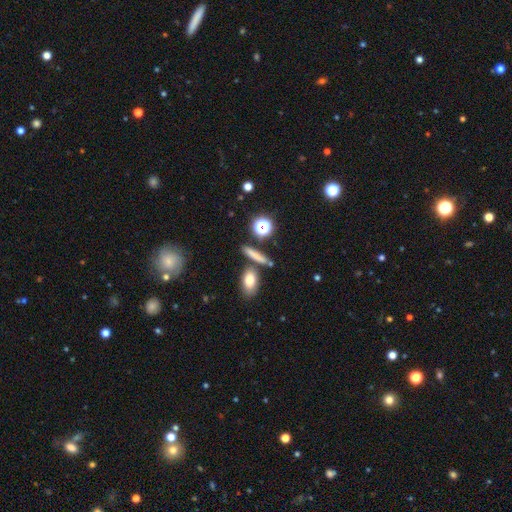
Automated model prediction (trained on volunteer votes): This is likely a smooth galaxy (72%). How rounded: likely cigar-shaped (62%). Merging: likely none (72%).